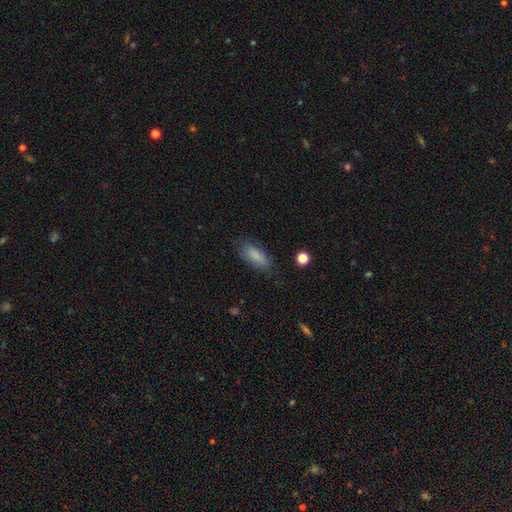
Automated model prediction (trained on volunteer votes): Smooth or featured? Predicted: smooth (p=0.84). How rounded? Predicted: in between (p=0.77). Merging? Predicted: none (p=0.73).